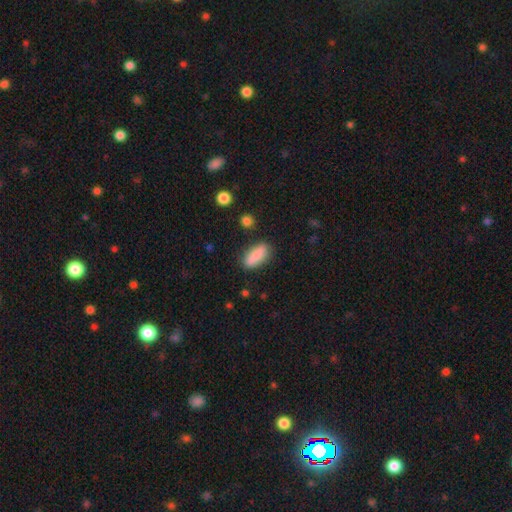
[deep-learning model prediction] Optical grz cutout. It shows a smooth galaxy with no disk features (85%) that is in between round and cigar-shaped (67%). Merging: none (81%).